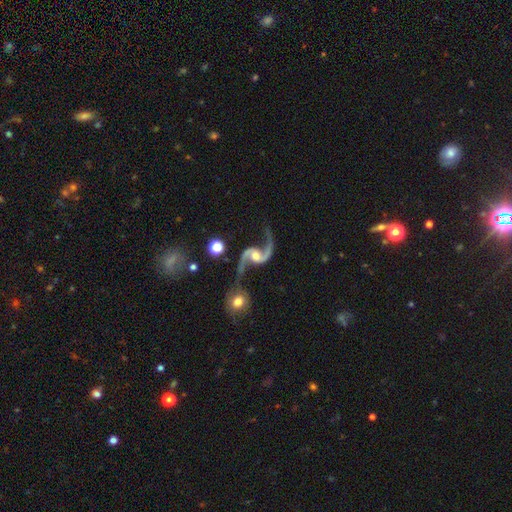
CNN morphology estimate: This is clearly a featured or disk galaxy (93%). It is clearly not viewed edge-on (98%). Bar: possibly no (47%). Spiral arm pattern: clearly yes (98%). Spiral arm count: clearly 2 (95%). Spiral winding: likely loose (79%). Central bulge: possibly moderate (60%). Merging: likely none (60%).